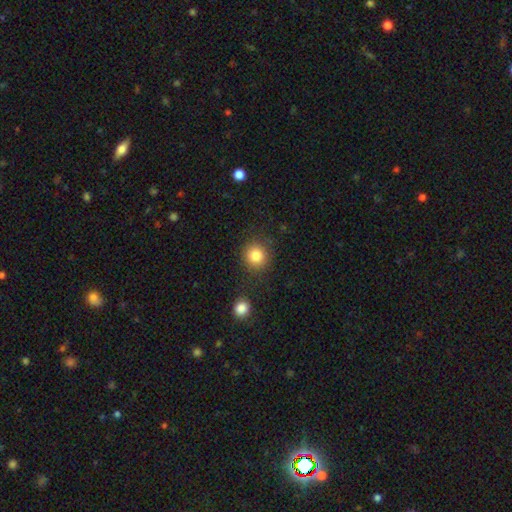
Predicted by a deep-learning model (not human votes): Smooth or featured: smooth — 84% (star or artifact — 10%)
How rounded: round — 89% (in between — 10%)
Merging: none — 83% (minor disturbance — 9%)